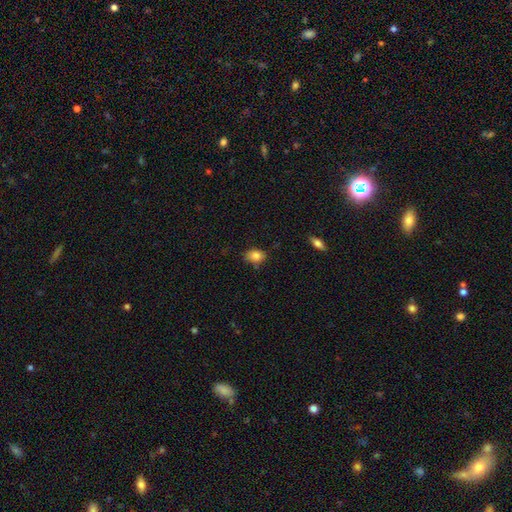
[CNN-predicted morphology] Smooth or featured? smooth (84%)
How rounded? in between (71%)
Merging? none (75%)